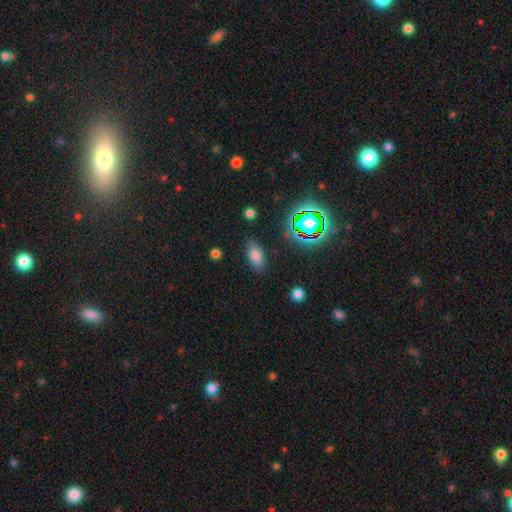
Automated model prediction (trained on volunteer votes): smooth_or_featured: smooth (p=0.74) [alt: star or artifact p=0.14]
how_rounded: in between (p=0.87) [alt: cigar-shaped p=0.08]
merging: none (p=0.80) [alt: minor disturbance p=0.14]